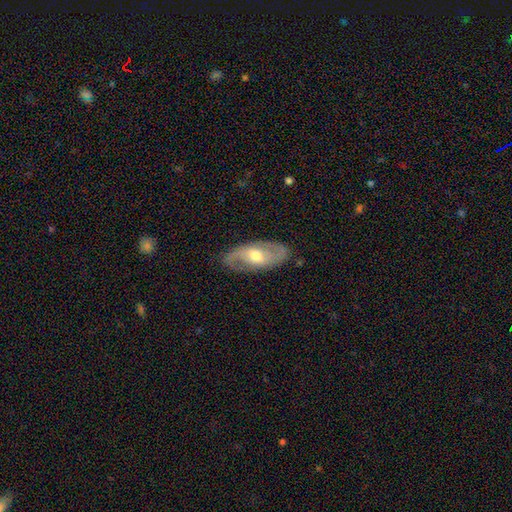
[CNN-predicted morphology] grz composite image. It shows a featured or disk galaxy (71%) with no bar (43%), 2 (84%) medium (44%) spiral arms (81%) and a moderate central bulge (69%). Merging: none (81%).